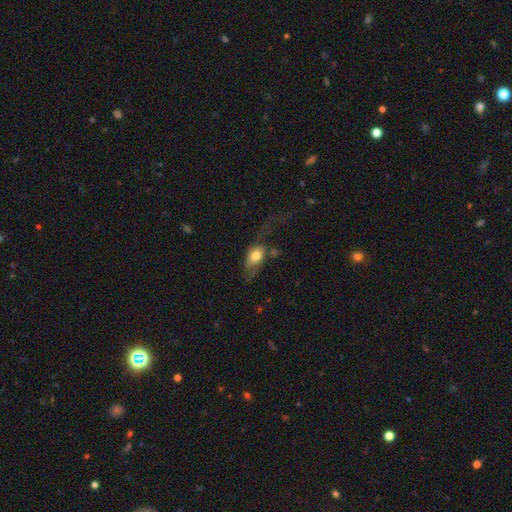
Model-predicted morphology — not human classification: smooth_or_featured: smooth (p=0.66) [alt: featured or disk p=0.26]
how_rounded: in between (p=0.81) [alt: round p=0.14]
merging: major disturbance (p=0.50) [alt: none p=0.22]